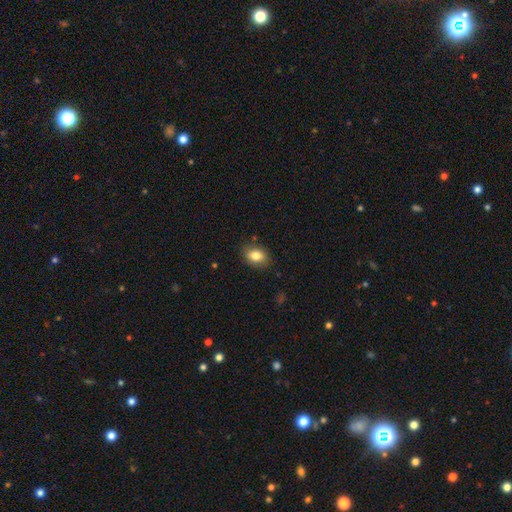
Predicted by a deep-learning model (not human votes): This is clearly a smooth galaxy (82%). How rounded: likely in between (69%). Merging: clearly none (84%).